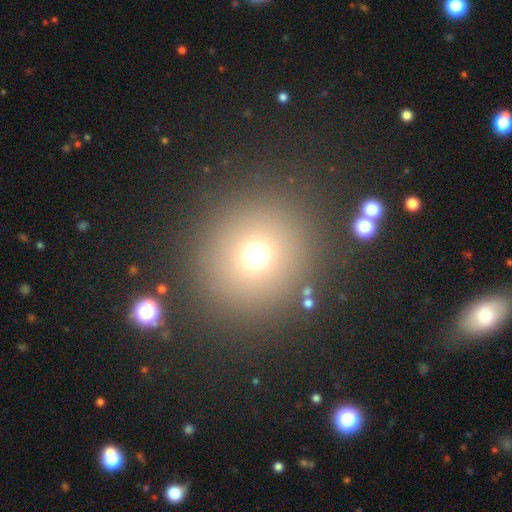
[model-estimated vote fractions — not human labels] Smooth or featured: smooth — 69% (star or artifact — 22%)
How rounded: round — 92% (in between — 7%)
Merging: none — 88% (minor disturbance — 6%)